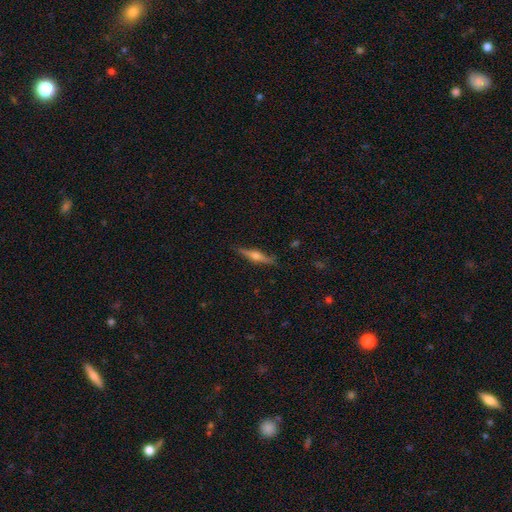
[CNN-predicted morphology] Smooth or featured? featured or disk (69%)
Edge-on disk? yes (97%)
Edge-on bulge? rounded (89%)
Merging? none (87%)